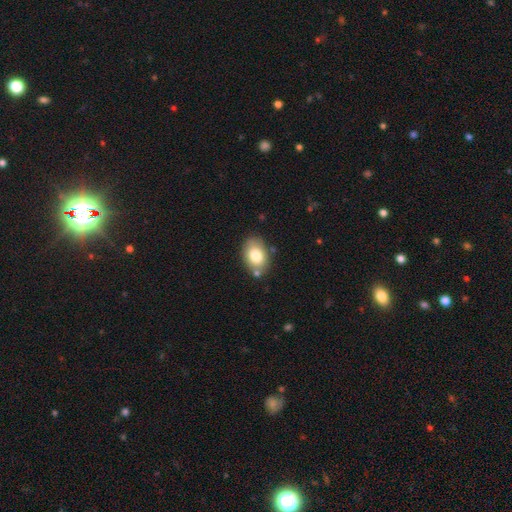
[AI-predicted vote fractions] smooth 78%, featured or disk 14%, star or artifact 8%. Down the decision tree: how rounded — in between (82%); merging — none (75%).